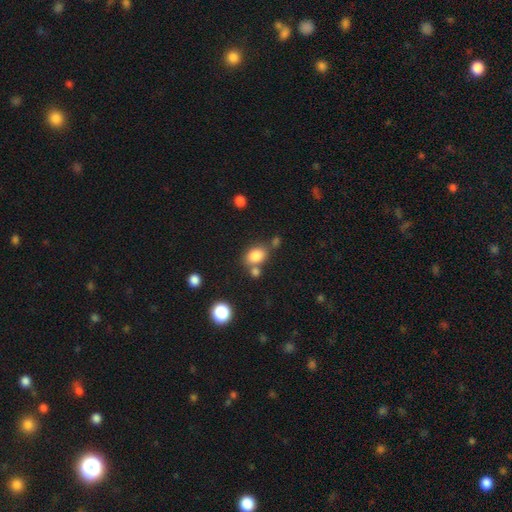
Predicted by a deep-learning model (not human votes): Morphology: type=smooth (82%); roundness=in between (69%); merging=none (60%).